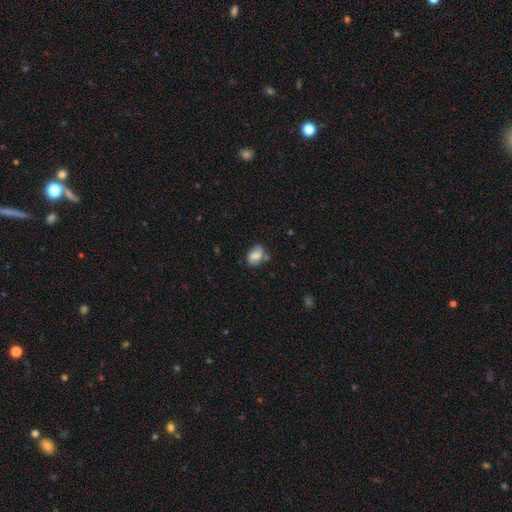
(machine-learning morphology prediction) smooth 67%, featured or disk 24%, star or artifact 9%. Down the decision tree: how rounded — in between (71%); merging — none (57%).